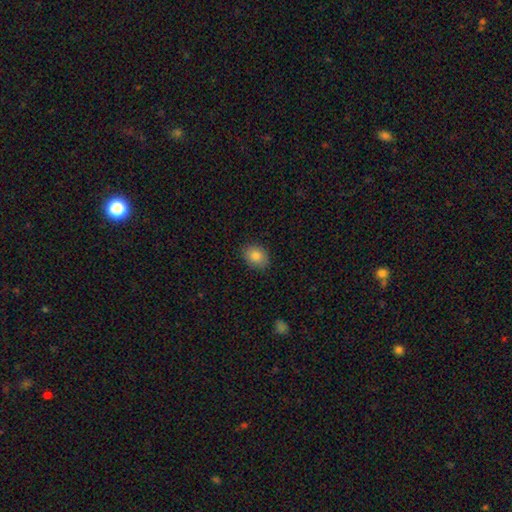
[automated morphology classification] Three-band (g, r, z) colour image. It shows a smooth galaxy with no disk features (85%) that is in between round and cigar-shaped (62%). Merging: none (86%).